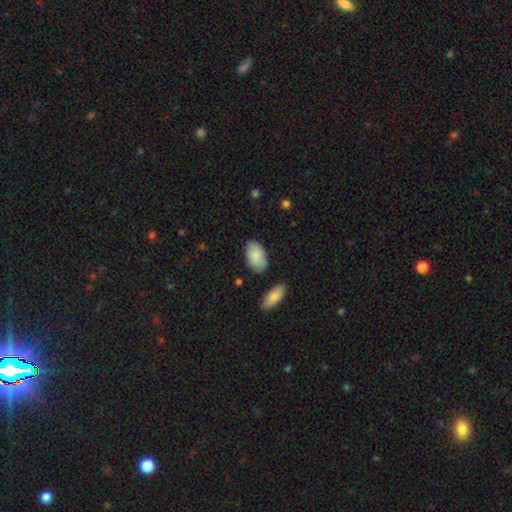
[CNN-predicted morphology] Overall: smooth (81%). How rounded: in between (94%). Merging: none (76%).